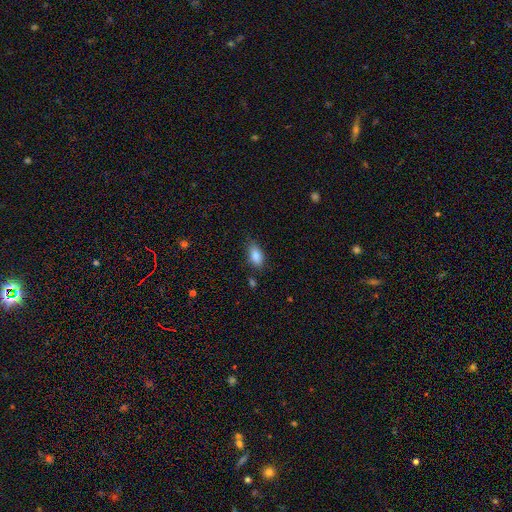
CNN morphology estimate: smooth-or-featured: smooth: 84% | star or artifact: 8% | featured or disk: 8%
  how-rounded: in between: 89% | cigar-shaped: 7% | round: 4%
  merging: none: 80% | minor disturbance: 14% | major disturbance: 3% | merger: 3%